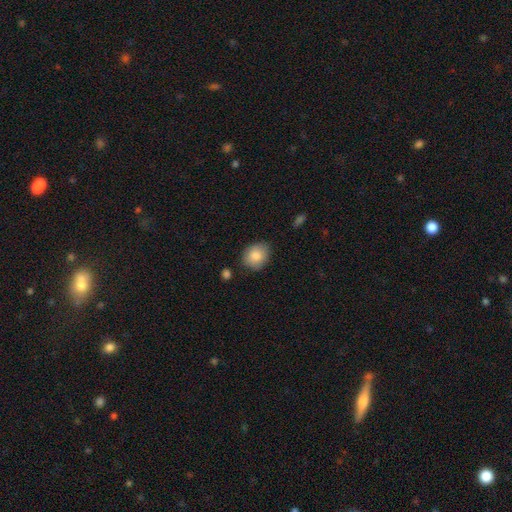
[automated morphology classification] Smooth or featured: smooth — 85% (star or artifact — 7%)
How rounded: in between — 50% (round — 49%)
Merging: none — 79% (minor disturbance — 16%)